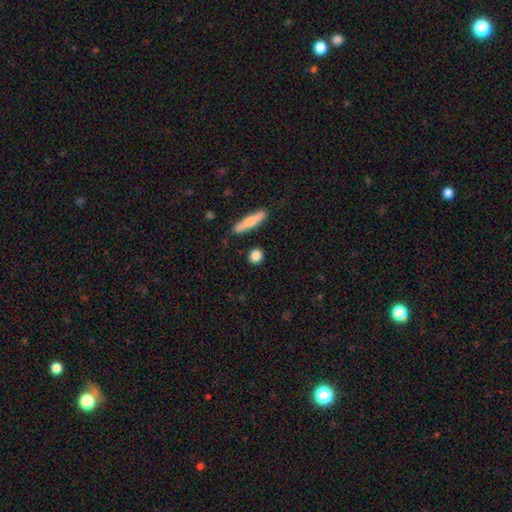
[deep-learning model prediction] A smooth galaxy with no disk features (86%) that is round (66%).

Vote fractions:
- Smooth or featured? smooth: 86% / star or artifact: 8% / featured or disk: 7%
- How rounded? round: 66% / in between: 23% / cigar-shaped: 11%
- Merging? none: 85% / minor disturbance: 8% / merger: 4% / major disturbance: 2%